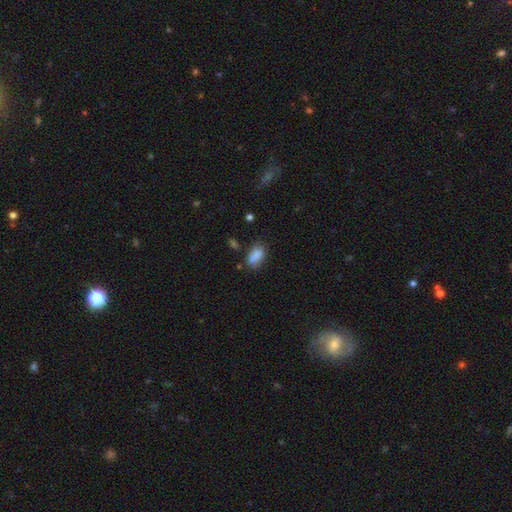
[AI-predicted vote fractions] This is clearly a smooth galaxy (84%). How rounded: clearly in between (88%). Merging: likely none (64%).